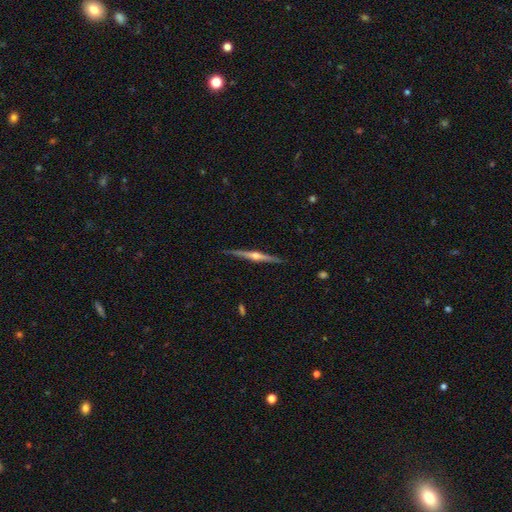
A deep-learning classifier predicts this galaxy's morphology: Smooth or featured: featured or disk — 82% (smooth — 13%)
Edge-on disk: yes — 98% (no — 2%)
Edge-on bulge: rounded — 93% (none — 3%)
Merging: none — 89% (minor disturbance — 8%)